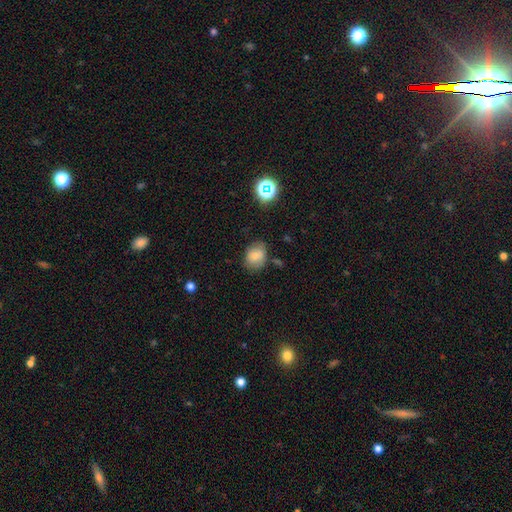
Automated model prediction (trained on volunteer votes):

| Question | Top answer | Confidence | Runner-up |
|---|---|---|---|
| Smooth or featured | smooth | 74% | featured or disk (14%) |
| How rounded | in between | 50% | round (49%) |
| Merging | none | 69% | minor disturbance (22%) |